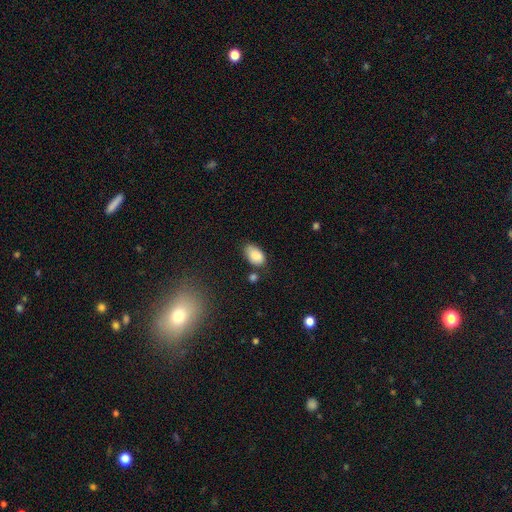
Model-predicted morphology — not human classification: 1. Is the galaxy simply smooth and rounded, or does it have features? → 86% smooth, 7% star or artifact, 6% featured or disk.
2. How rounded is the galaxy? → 93% in between, 6% round, 2% cigar-shaped.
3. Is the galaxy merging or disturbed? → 64% none, 24% minor disturbance, 7% merger, 5% major disturbance.